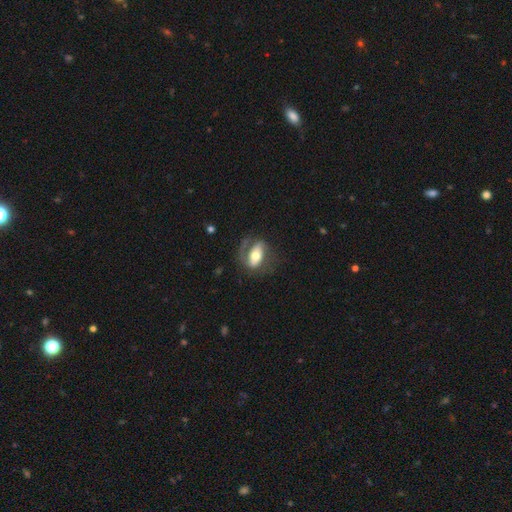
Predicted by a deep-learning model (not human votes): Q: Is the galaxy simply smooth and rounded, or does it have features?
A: featured or disk — 63%.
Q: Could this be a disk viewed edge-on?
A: no — 91%.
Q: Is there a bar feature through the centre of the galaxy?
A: strong — 39%.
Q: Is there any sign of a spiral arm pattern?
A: yes — 76%.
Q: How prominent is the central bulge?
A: moderate — 64%.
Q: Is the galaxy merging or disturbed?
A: none — 54%.